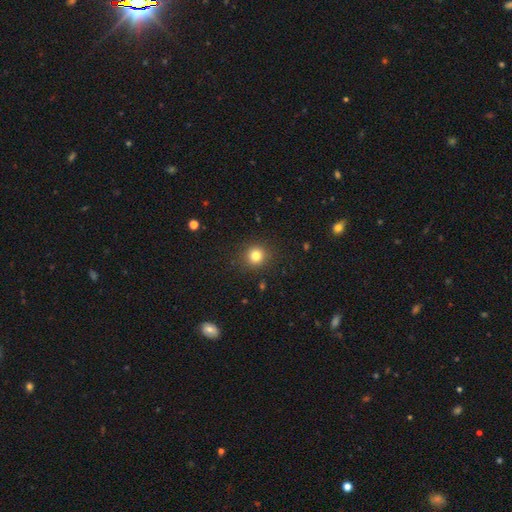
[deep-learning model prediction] This appears to be a smooth galaxy with no disk features (81%) that is round (93%). Merging: none (91%).